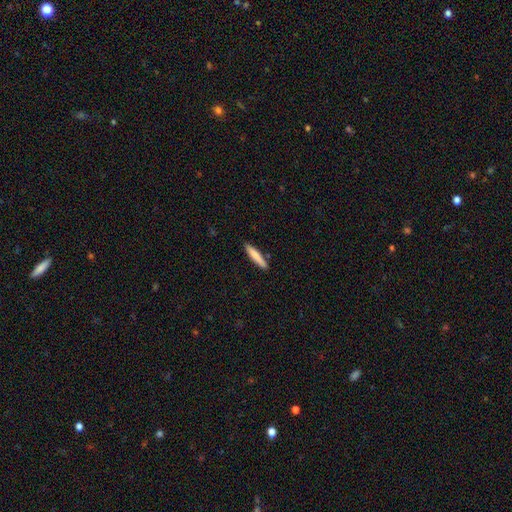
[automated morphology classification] A smooth galaxy with no disk features (78%) that is cigar-shaped (91%).

Vote fractions:
- Smooth or featured? smooth: 78% / featured or disk: 17% / star or artifact: 5%
- How rounded? cigar-shaped: 91% / in between: 8% / round: 1%
- Merging? none: 88% / minor disturbance: 8% / merger: 2% / major disturbance: 2%